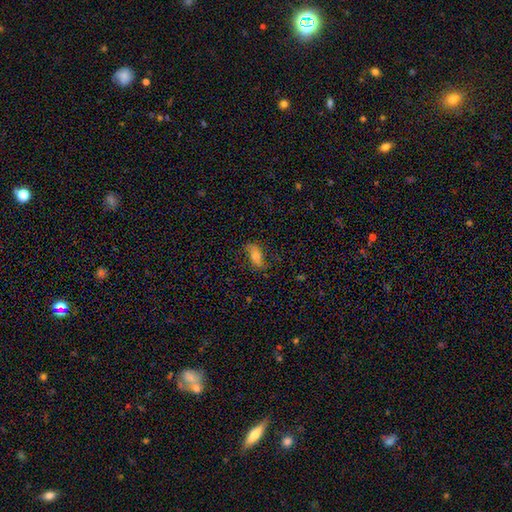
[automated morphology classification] A smooth galaxy with no disk features (58%) that is in between round and cigar-shaped (74%). Merging: none (73%).